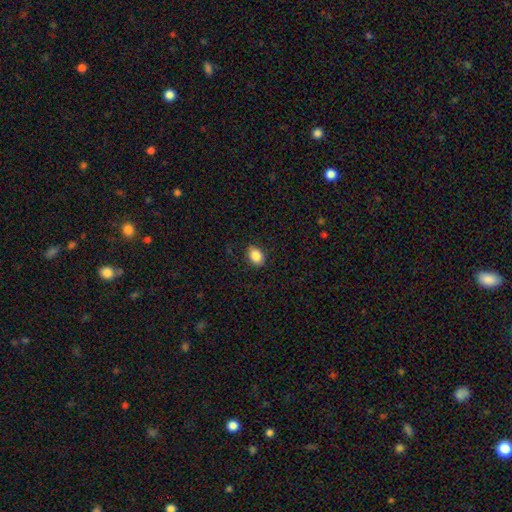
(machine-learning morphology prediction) A smooth galaxy with no disk features (88%) that is in between round and cigar-shaped (77%). Merging: none (86%).